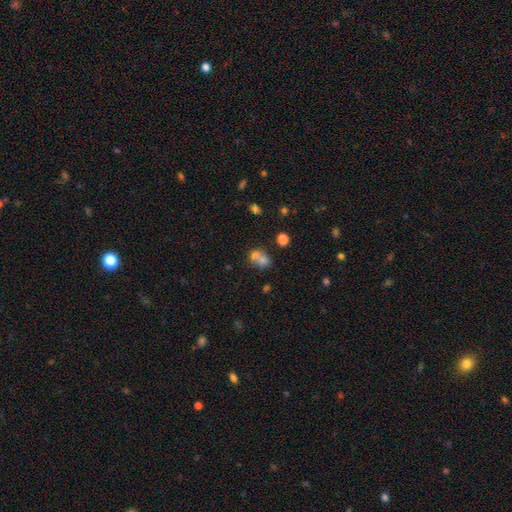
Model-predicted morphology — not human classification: This appears to be a smooth galaxy with no disk features (69%) that is round (56%). Merging: merger (61%).